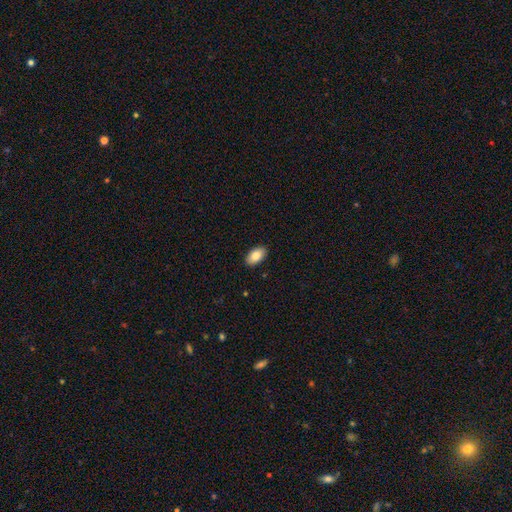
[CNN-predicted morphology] This is clearly a smooth galaxy (85%). How rounded: clearly in between (94%). Merging: clearly none (90%).